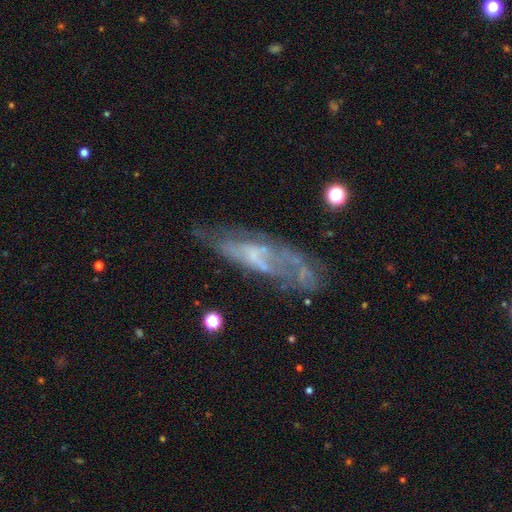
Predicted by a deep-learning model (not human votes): Smooth or featured? Predicted: featured or disk (p=0.64). Edge-on disk? Predicted: no (p=0.70). Merging? Predicted: none (p=0.52).